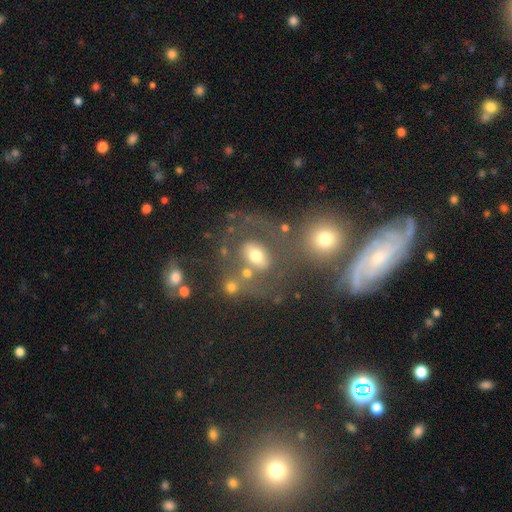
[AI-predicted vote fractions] Smooth or featured? Predicted: smooth (p=0.50). How rounded? Predicted: in between (p=0.55). Merging? Predicted: none (p=0.53).